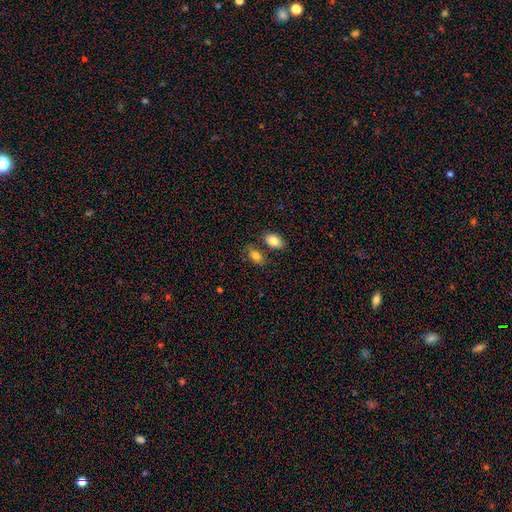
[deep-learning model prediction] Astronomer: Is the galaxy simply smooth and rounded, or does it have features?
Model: smooth — 83%.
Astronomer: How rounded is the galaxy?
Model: in between — 90%.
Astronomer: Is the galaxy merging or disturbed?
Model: none — 64%.